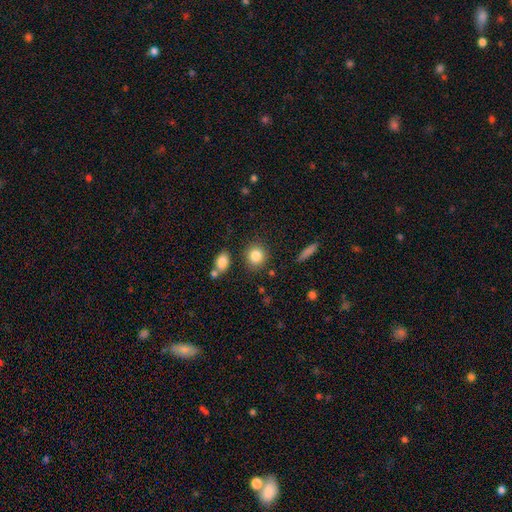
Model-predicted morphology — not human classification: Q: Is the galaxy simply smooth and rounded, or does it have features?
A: smooth — 84%.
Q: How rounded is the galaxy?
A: round — 81%.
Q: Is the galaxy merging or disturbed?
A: none — 84%.